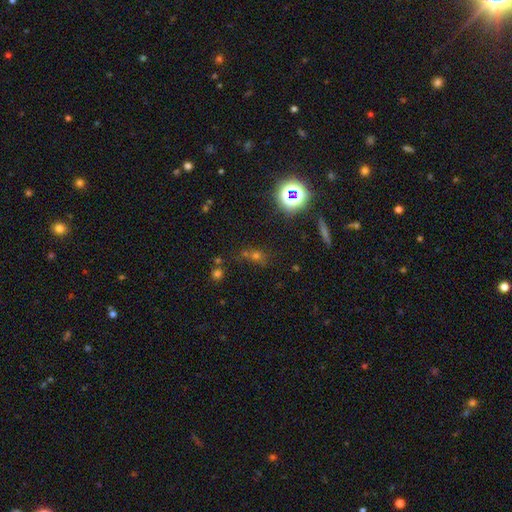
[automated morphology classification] A star or artifact, not a galaxy (50%).